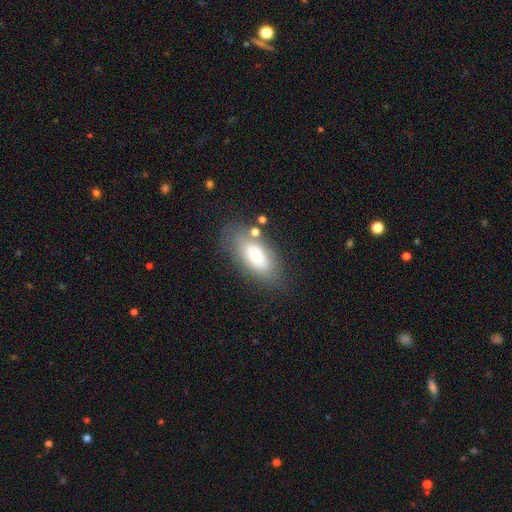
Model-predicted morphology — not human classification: smooth 74%, featured or disk 18%, star or artifact 8%. Down the decision tree: how rounded — in between (90%); merging — none (67%).